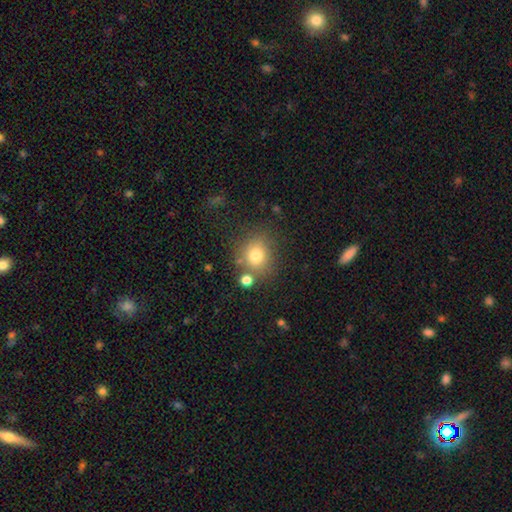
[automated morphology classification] The model was most divided on "merging": none: 71%, minor disturbance: 12%, merger: 12%, major disturbance: 5%. More confident: how rounded — round (79%); smooth or featured — smooth (75%).